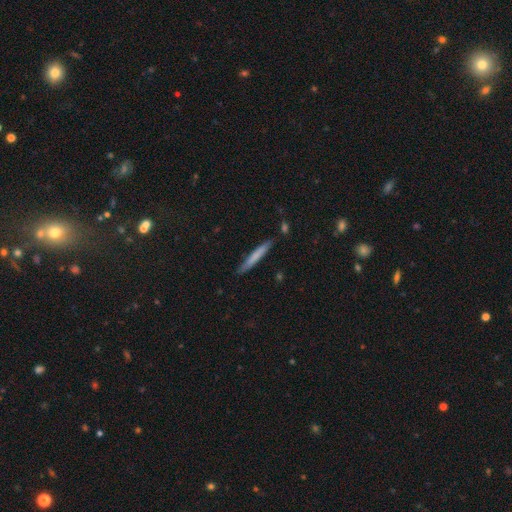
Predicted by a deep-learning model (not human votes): This appears to be a smooth galaxy with no disk features (69%) that is cigar-shaped (96%). Merging: none (85%).